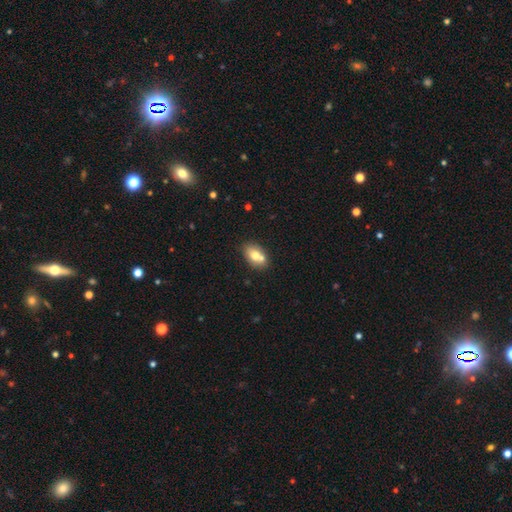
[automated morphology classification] This appears to be a smooth galaxy with no disk features (69%) that is in between round and cigar-shaped (82%). Merging: none (56%).